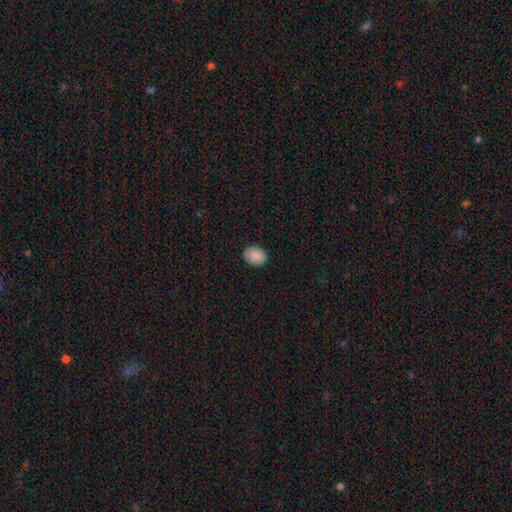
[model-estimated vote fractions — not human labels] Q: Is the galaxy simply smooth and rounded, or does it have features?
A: smooth — 89%.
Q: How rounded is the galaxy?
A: in between — 65%.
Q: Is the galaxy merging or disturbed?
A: none — 85%.